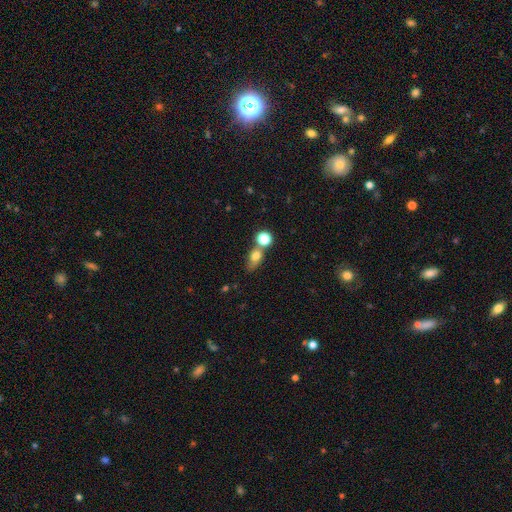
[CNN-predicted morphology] smooth_or_featured: smooth (p=0.72) [alt: featured or disk p=0.14]
how_rounded: in between (p=0.54) [alt: round p=0.39]
merging: none (p=0.41) [alt: merger p=0.37]